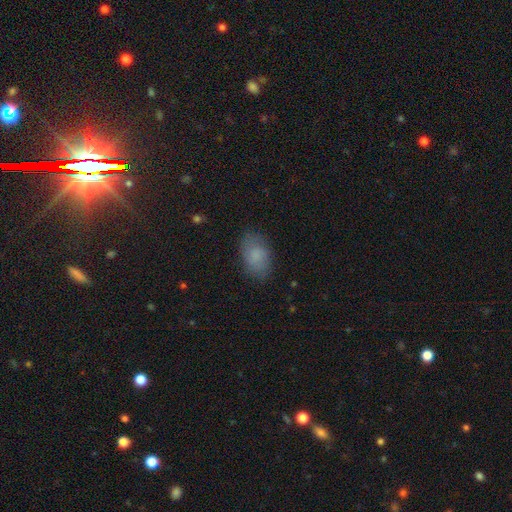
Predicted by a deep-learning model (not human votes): A smooth galaxy with no disk features (80%) that is in between round and cigar-shaped (90%).

Vote fractions:
- Smooth or featured? smooth: 80% / featured or disk: 11% / star or artifact: 9%
- How rounded? in between: 90% / round: 9% / cigar-shaped: 2%
- Merging? none: 79% / minor disturbance: 15% / major disturbance: 4% / merger: 1%